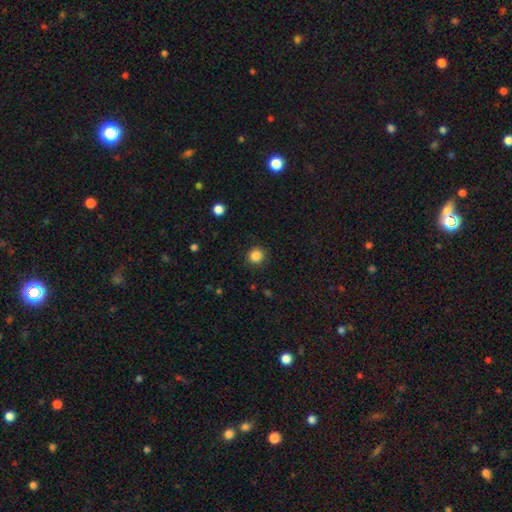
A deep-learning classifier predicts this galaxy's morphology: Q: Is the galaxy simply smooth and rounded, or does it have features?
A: smooth — 85%.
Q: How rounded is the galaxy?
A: round — 92%.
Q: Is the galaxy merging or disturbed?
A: none — 88%.